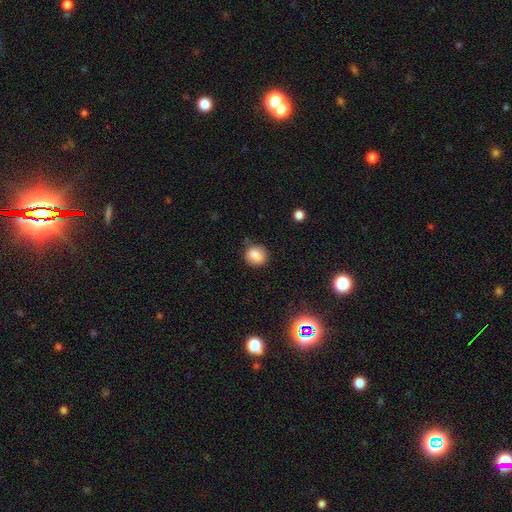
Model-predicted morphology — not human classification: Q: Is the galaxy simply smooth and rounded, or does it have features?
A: smooth — 82%.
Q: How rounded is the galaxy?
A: round — 75%.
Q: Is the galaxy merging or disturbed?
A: none — 81%.